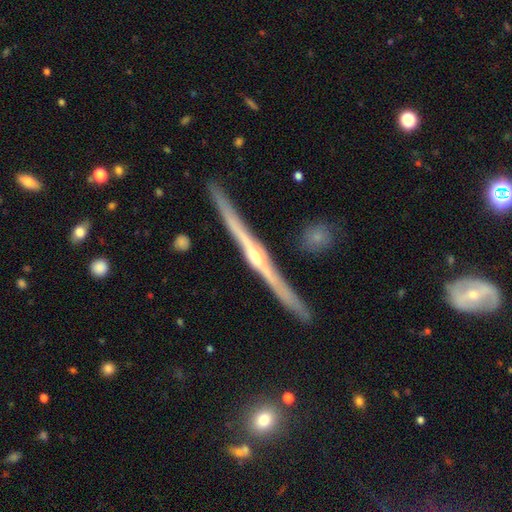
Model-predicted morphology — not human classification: A featured or disk galaxy (86%) viewed edge-on (99%) with a rounded central bulge (81%). Merging: none (89%).